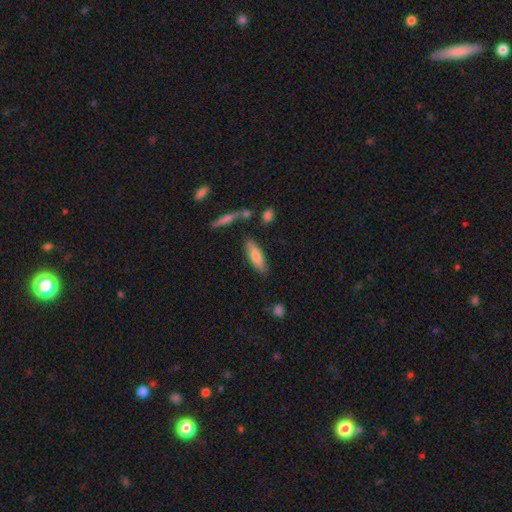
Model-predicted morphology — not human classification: A smooth galaxy with no disk features (73%) that is cigar-shaped (51%). Merging: none (79%).